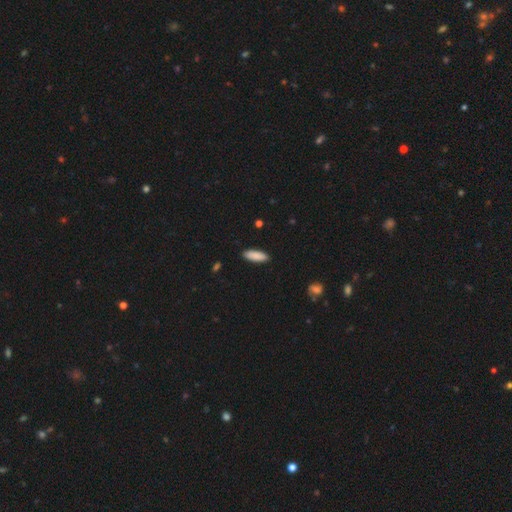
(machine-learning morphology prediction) smooth-or-featured: smooth: 89% | star or artifact: 6% | featured or disk: 5%
  how-rounded: in between: 58% | cigar-shaped: 41% | round: 1%
  merging: none: 89% | minor disturbance: 8% | major disturbance: 2% | merger: 1%